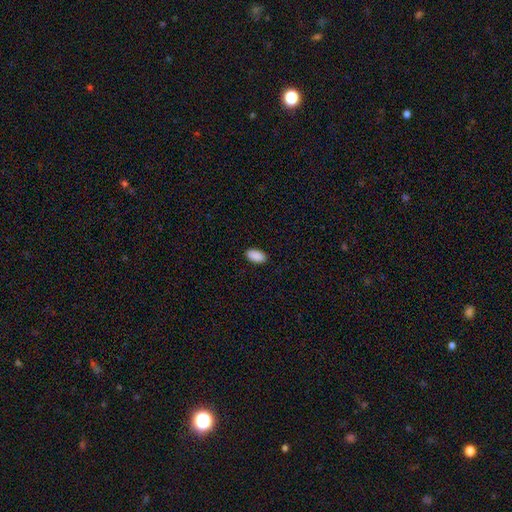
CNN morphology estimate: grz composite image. It shows a smooth galaxy with no disk features (91%) that is in between round and cigar-shaped (95%). Merging: none (90%).